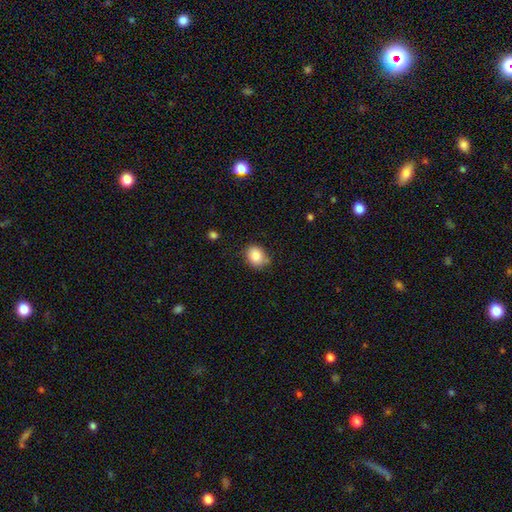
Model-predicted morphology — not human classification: smooth_or_featured: smooth (p=0.86) [alt: star or artifact p=0.09]
how_rounded: round (p=0.50) [alt: in between p=0.49]
merging: none (p=0.72) [alt: minor disturbance p=0.19]